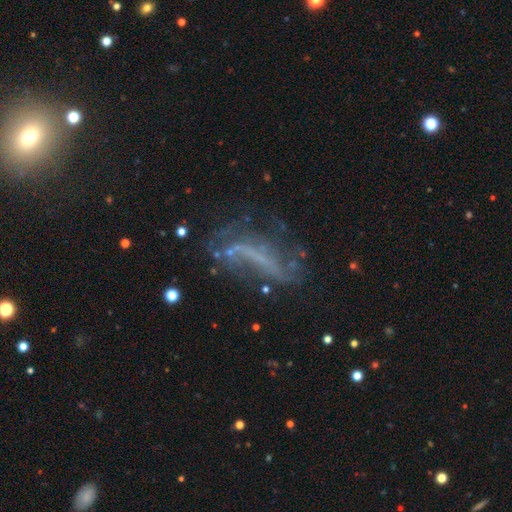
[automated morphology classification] Overall: featured or disk (61%). Edge-on disk: no (82%). Merging: none (41%; major disturbance 32%).